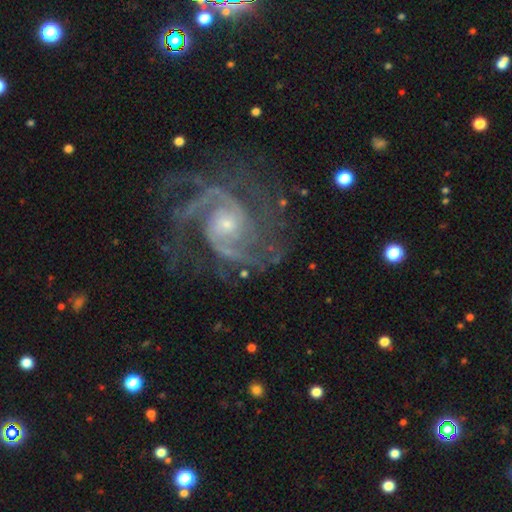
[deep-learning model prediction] Q: Smooth or featured?
A: featured or disk (91%); runner-up: star or artifact (6%)
Q: Edge-on disk?
A: no (98%); runner-up: yes (2%)
Q: Bar?
A: no (61%); runner-up: weak (31%)
Q: Spiral arms?
A: yes (98%); runner-up: no (2%)
Q: Spiral winding?
A: medium (48%); runner-up: tight (43%)
Q: Spiral arm count?
A: 2 (57%); runner-up: 3 (16%)
Q: Bulge size?
A: small (64%); runner-up: moderate (30%)
Q: Merging?
A: none (73%); runner-up: minor disturbance (15%)